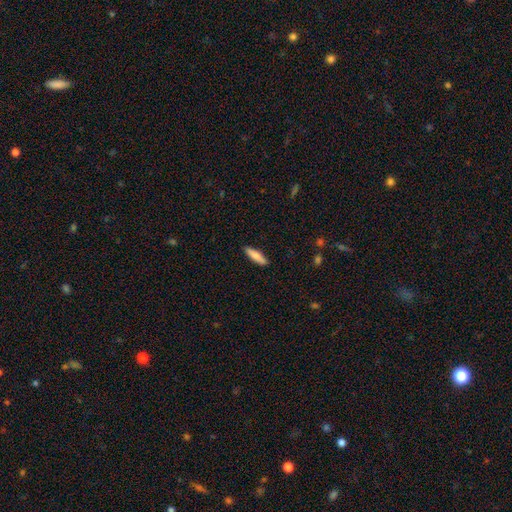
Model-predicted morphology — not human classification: smooth_or_featured: smooth (p=0.80) [alt: featured or disk p=0.15]
how_rounded: cigar-shaped (p=0.71) [alt: in between p=0.27]
merging: none (p=0.88) [alt: minor disturbance p=0.09]